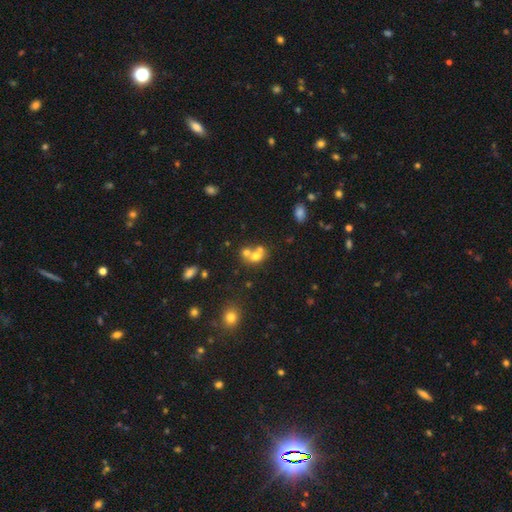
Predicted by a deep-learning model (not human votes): This is likely a smooth galaxy (64%). How rounded: likely round (63%). Merging: possibly merger (59%).